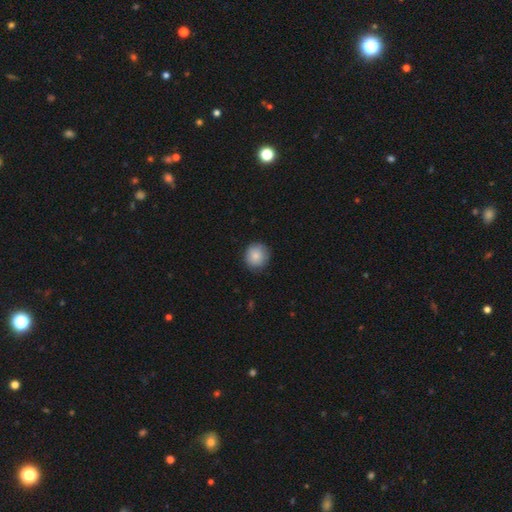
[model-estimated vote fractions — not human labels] smooth 85%, star or artifact 8%, featured or disk 7%. Down the decision tree: how rounded — round (91%); merging — none (85%).